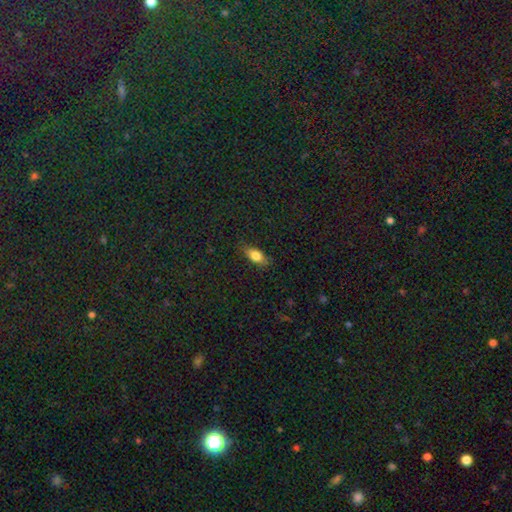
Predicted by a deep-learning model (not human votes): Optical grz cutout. It shows a smooth galaxy with no disk features (78%) that is in between round and cigar-shaped (81%). Merging: none (81%).